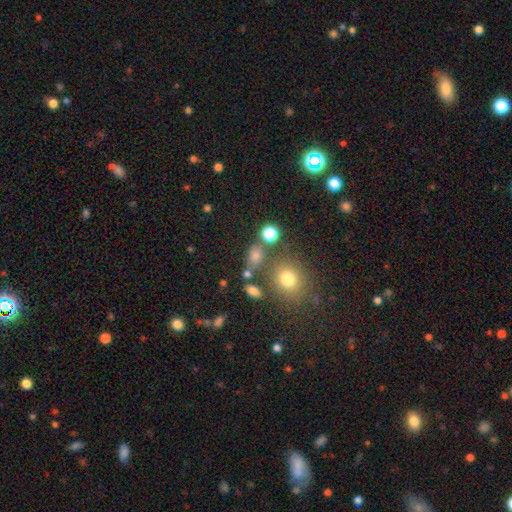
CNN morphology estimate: The model was most divided on "how rounded": in between: 57%, round: 40%, cigar-shaped: 3%. More confident: smooth or featured — smooth (72%); merging — none (63%).